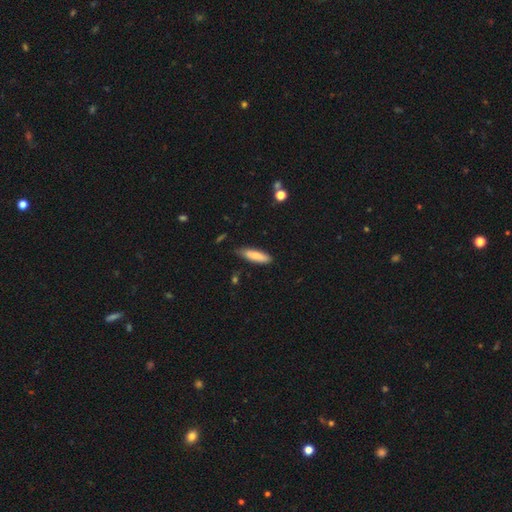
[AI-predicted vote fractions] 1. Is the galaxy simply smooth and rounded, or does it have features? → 78% smooth, 16% featured or disk, 6% star or artifact.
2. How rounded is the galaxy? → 63% cigar-shaped, 35% in between, 2% round.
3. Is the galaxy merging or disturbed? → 78% none, 17% minor disturbance, 3% major disturbance, 2% merger.